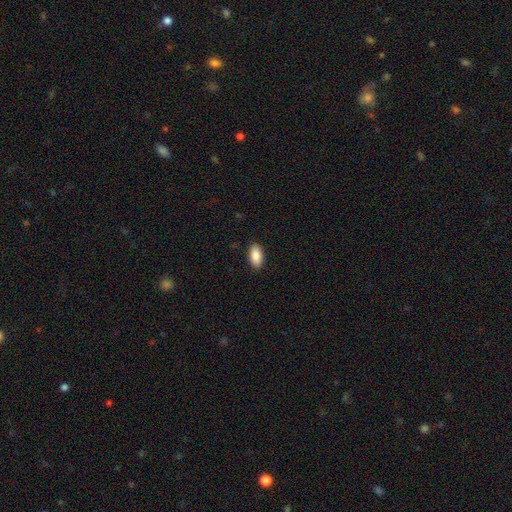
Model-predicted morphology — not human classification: smooth 90%, star or artifact 6%, featured or disk 4%. Down the decision tree: how rounded — in between (93%); merging — none (89%).